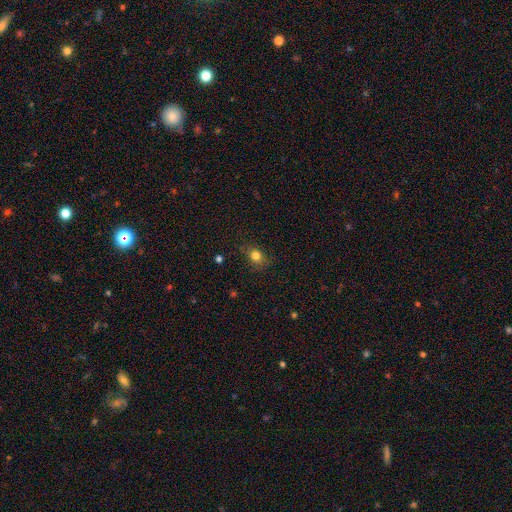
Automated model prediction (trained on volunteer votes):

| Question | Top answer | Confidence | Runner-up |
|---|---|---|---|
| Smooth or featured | smooth | 80% | star or artifact (13%) |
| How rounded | round | 57% | in between (42%) |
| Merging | none | 79% | minor disturbance (16%) |